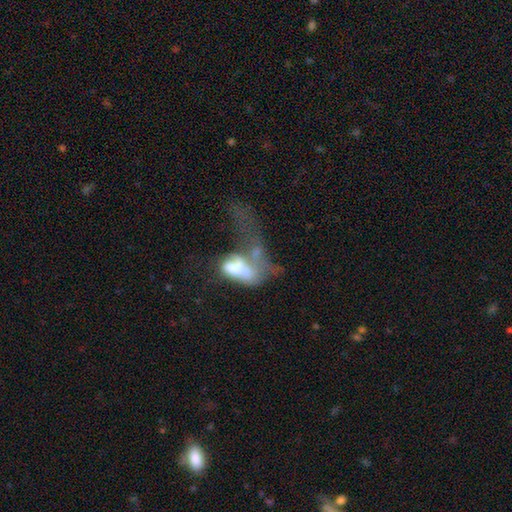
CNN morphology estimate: Smooth or featured? Predicted: featured or disk (p=0.45). Merging? Predicted: merger (p=0.44).